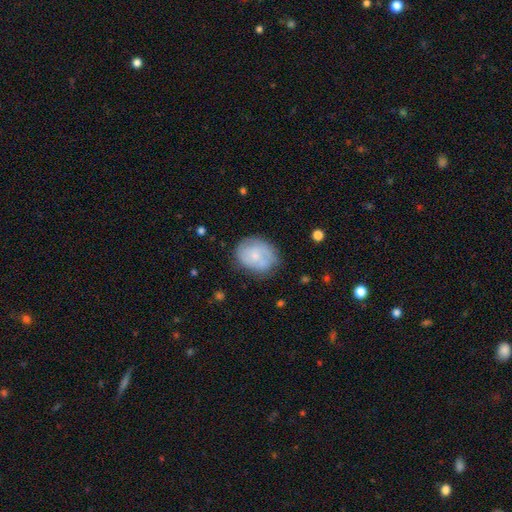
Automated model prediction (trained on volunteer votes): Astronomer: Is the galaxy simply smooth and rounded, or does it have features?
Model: smooth — 56% (runner-up: featured or disk, 36%).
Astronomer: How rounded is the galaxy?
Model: round — 54% (runner-up: in between, 45%).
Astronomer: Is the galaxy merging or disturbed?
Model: none — 65%.